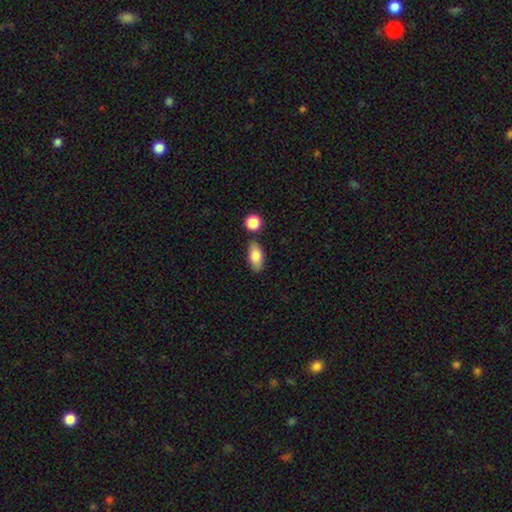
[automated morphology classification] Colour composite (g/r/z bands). It shows a smooth galaxy with no disk features (82%) that is in between round and cigar-shaped (88%). Merging: none (77%).